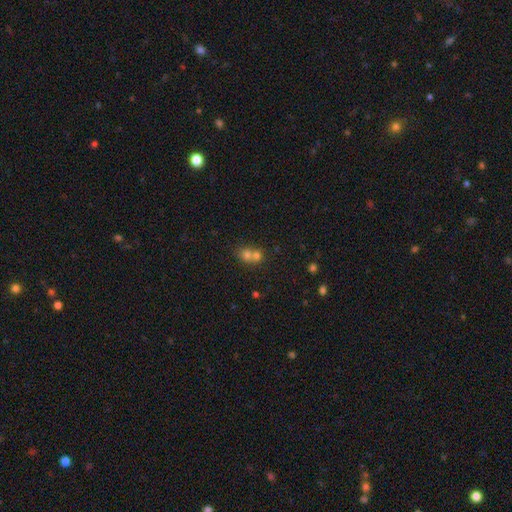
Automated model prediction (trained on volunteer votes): The model was most divided on "merging": merger: 65%, none: 28%, minor disturbance: 5%, major disturbance: 2%. More confident: how rounded — round (74%); smooth or featured — smooth (69%).